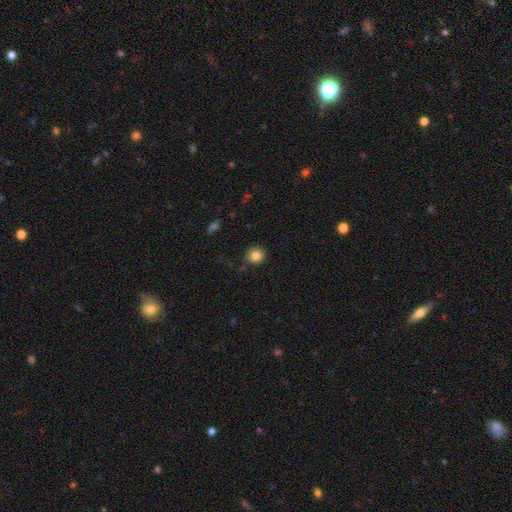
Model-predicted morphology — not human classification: Smooth or featured?
  - smooth: 84% *
  - star or artifact: 10%
  - featured or disk: 6%
How rounded?
  - round: 90% *
  - in between: 9%
  - cigar-shaped: 1%
Merging?
  - none: 87% *
  - minor disturbance: 9%
  - major disturbance: 2%
  - merger: 2%